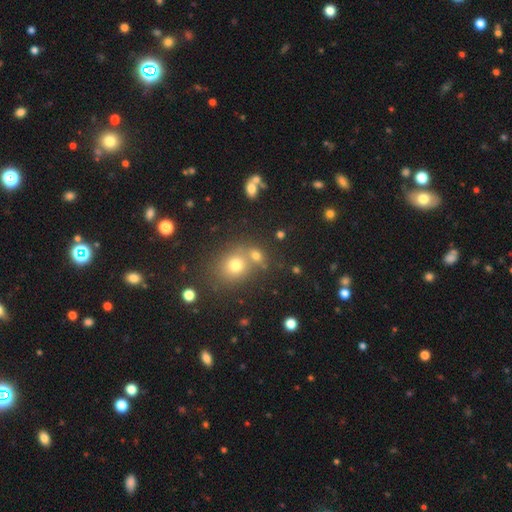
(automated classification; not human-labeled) A smooth galaxy with no disk features (70%) that is round (63%).

Vote fractions:
- Smooth or featured? smooth: 70% / star or artifact: 19% / featured or disk: 11%
- How rounded? round: 63% / in between: 35% / cigar-shaped: 2%
- Merging? none: 50% / merger: 37% / minor disturbance: 9% / major disturbance: 4%